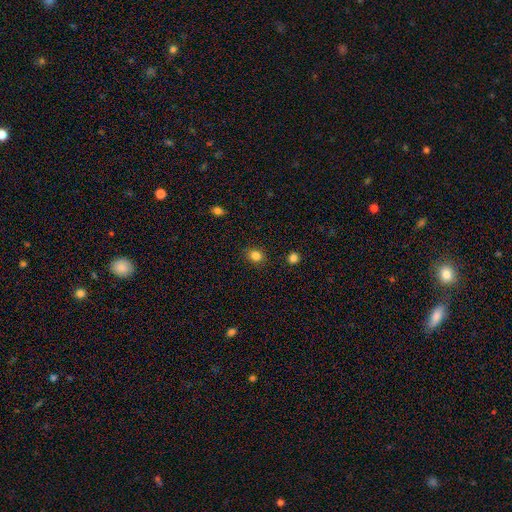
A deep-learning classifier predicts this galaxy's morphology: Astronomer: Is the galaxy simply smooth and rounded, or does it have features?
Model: smooth — 84%.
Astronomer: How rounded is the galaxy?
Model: round — 70%.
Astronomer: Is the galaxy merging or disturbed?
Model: none — 88%.